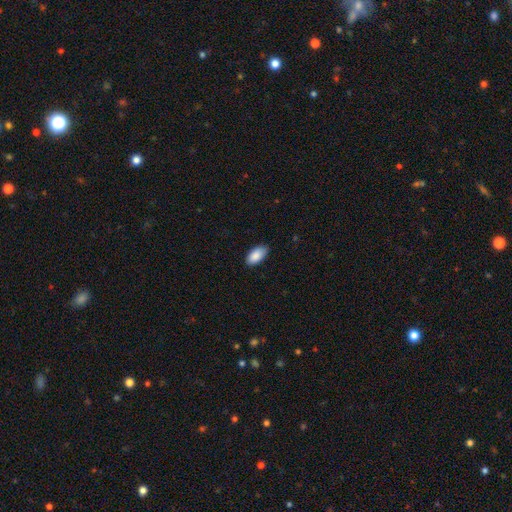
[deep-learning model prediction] Smooth or featured? smooth (89%)
How rounded? in between (95%)
Merging? none (83%)